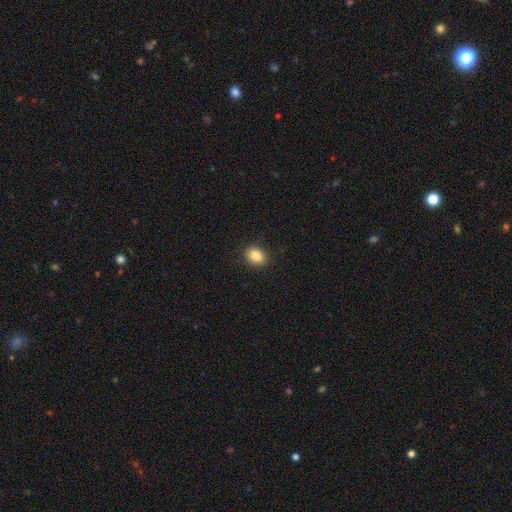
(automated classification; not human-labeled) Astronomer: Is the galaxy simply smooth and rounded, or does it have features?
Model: smooth — 85%.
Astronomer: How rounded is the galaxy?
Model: in between — 67%.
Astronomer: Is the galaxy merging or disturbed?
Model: none — 89%.